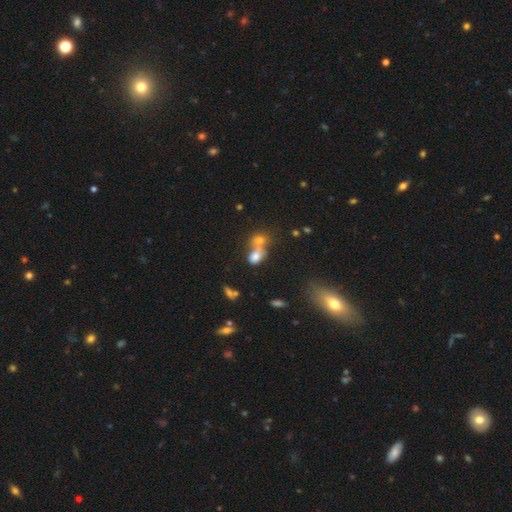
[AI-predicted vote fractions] A smooth galaxy with no disk features (70%) that is in between round and cigar-shaped (61%). Merging: merger (62%).